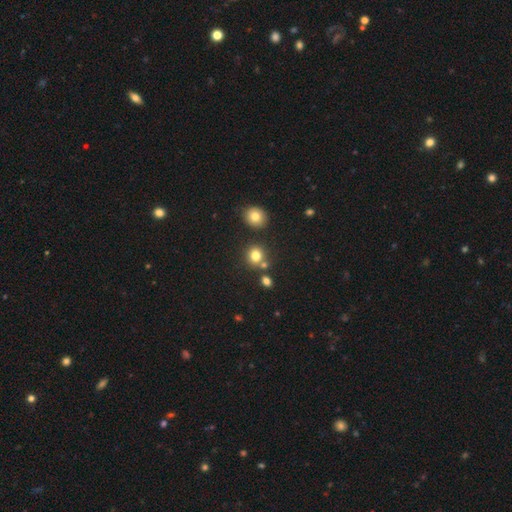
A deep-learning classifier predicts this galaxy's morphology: smooth 78%, star or artifact 14%, featured or disk 7%. Down the decision tree: how rounded — round (84%); merging — none (71%).